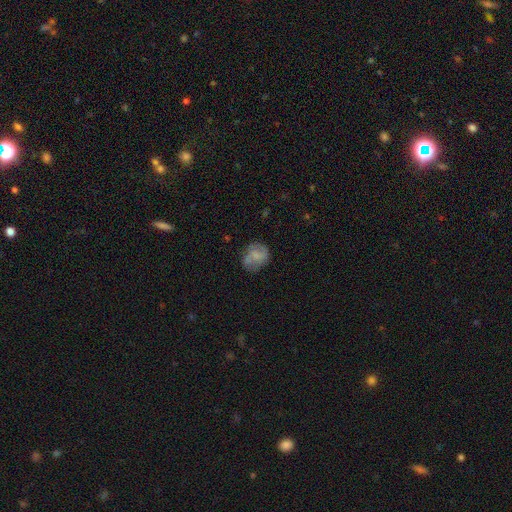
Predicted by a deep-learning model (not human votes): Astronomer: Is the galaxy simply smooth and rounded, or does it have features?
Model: smooth — 52% (runner-up: featured or disk, 39%).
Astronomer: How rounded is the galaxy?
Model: round — 58% (runner-up: in between, 41%).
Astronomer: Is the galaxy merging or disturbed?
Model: none — 57%.